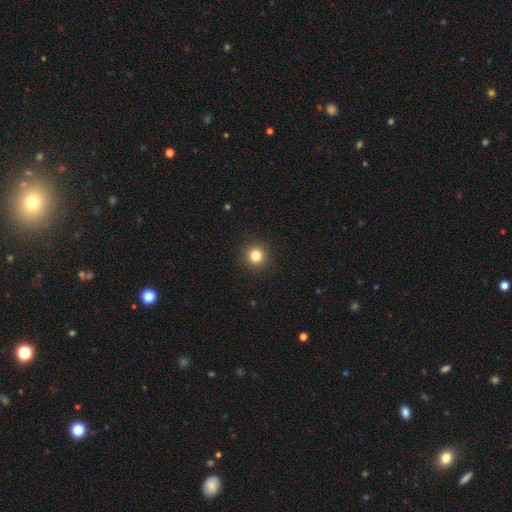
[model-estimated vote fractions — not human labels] This appears to be a smooth galaxy with no disk features (82%) that is round (93%). Merging: none (92%).